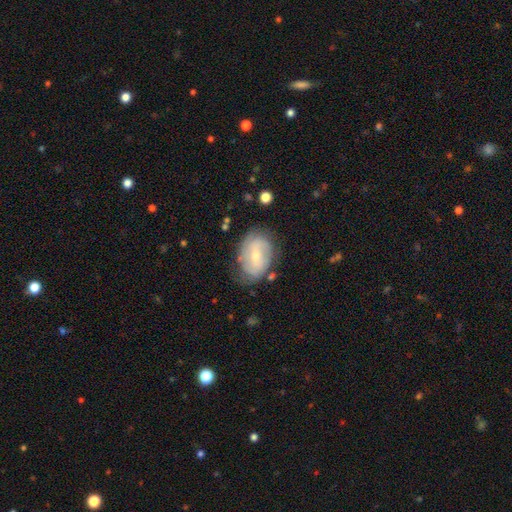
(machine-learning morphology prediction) This appears to be a featured or disk galaxy (63%) with a weak bar (51%), spiral arms (78%) and a small central bulge (53%). Merging: none (66%).